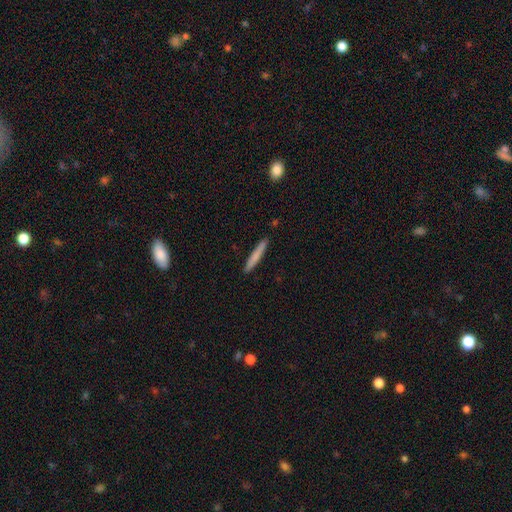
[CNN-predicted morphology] A smooth galaxy with no disk features (75%) that is cigar-shaped (96%).

Vote fractions:
- Smooth or featured? smooth: 75% / featured or disk: 19% / star or artifact: 6%
- How rounded? cigar-shaped: 96% / in between: 3% / round: 1%
- Merging? none: 91% / minor disturbance: 6% / major disturbance: 1% / merger: 1%